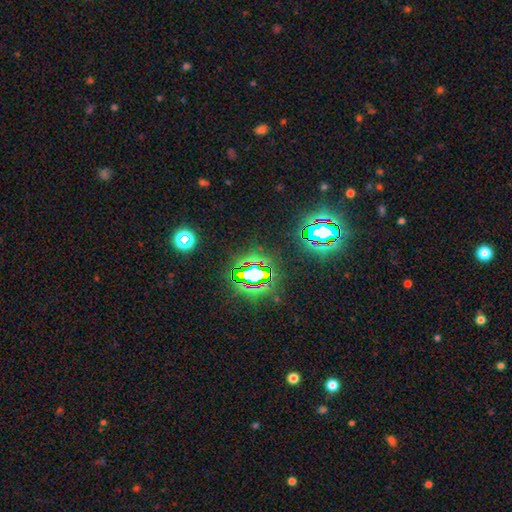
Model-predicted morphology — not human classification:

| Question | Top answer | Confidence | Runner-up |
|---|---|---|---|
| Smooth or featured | star or artifact | 81% | smooth (11%) |